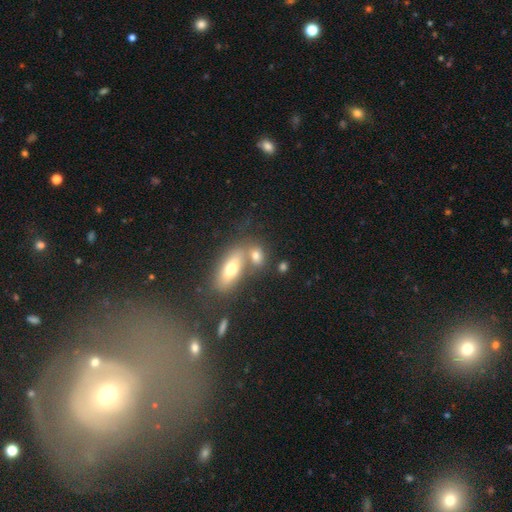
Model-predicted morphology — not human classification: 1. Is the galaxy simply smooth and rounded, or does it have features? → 72% smooth, 17% featured or disk, 11% star or artifact.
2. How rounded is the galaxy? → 69% in between, 20% round, 11% cigar-shaped.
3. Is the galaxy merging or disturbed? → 46% none, 39% merger, 11% minor disturbance, 5% major disturbance.